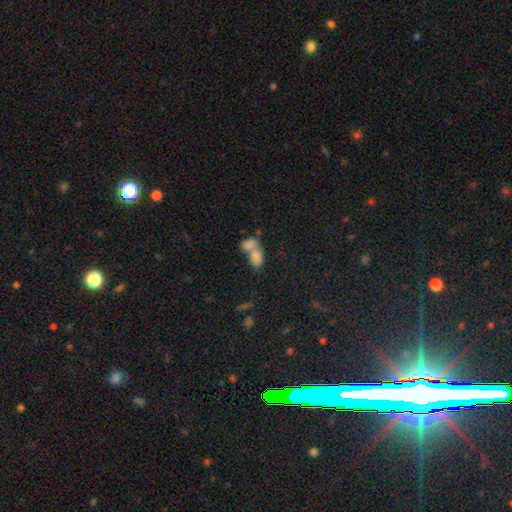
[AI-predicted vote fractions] Smooth or featured? Predicted: smooth (p=0.80). How rounded? Predicted: in between (p=0.87). Merging? Predicted: merger (p=0.72).